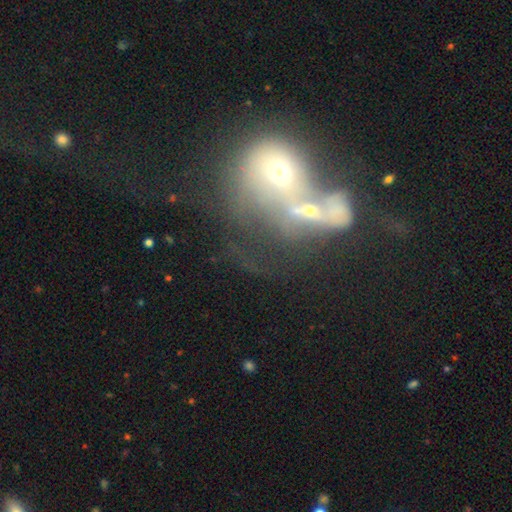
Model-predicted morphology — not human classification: The model was most divided on "smooth or featured": featured or disk: 50%, smooth: 35%, star or artifact: 15%. More confident: merging — merger (77%).